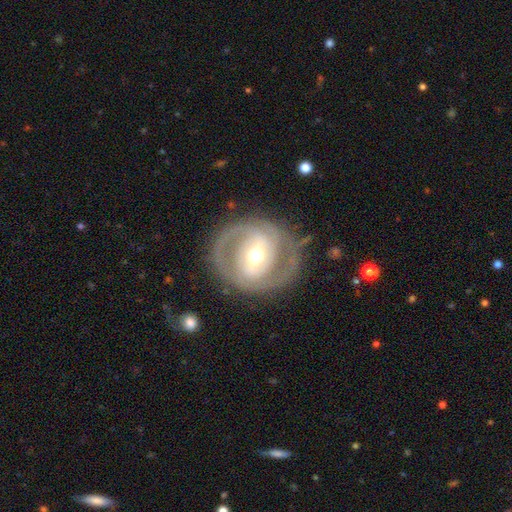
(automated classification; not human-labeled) A featured or disk galaxy (83%) with a strong bar (40%), 2 (78%) tight (50%) spiral arms (85%) and a moderate central bulge (68%). Merging: none (78%).